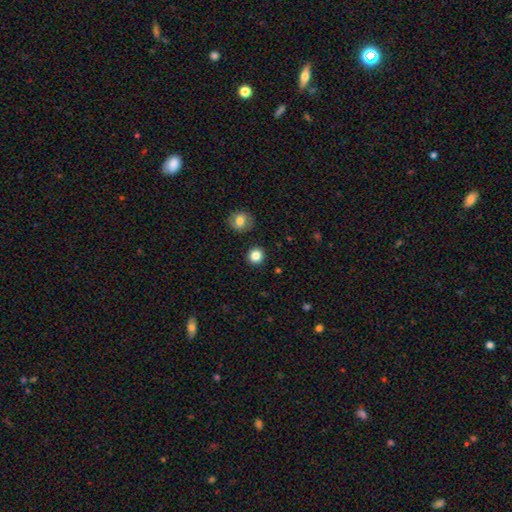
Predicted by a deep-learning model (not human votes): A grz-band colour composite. It shows a smooth galaxy with no disk features (84%) that is round (92%). Merging: none (91%).